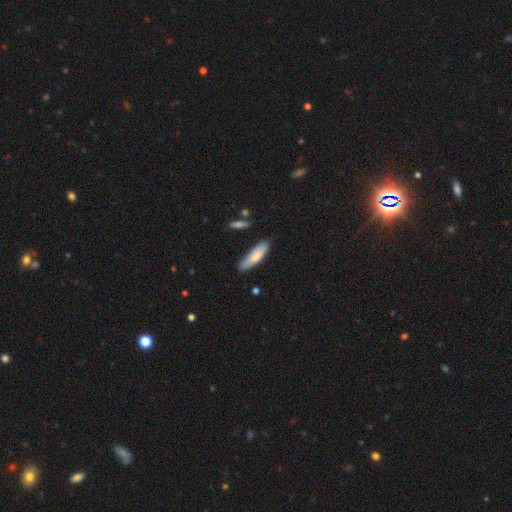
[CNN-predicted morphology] A smooth galaxy with no disk features (79%) that is cigar-shaped (64%). Merging: none (74%).